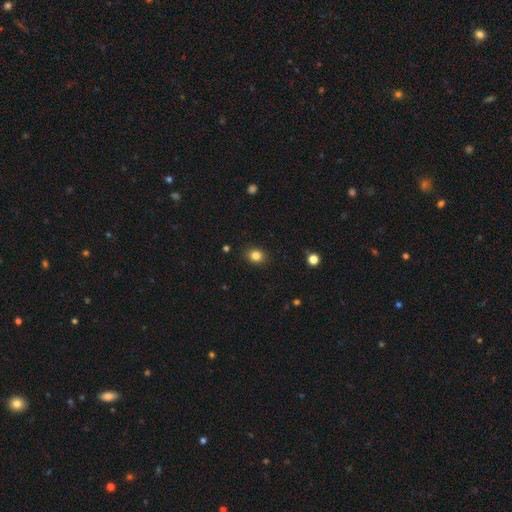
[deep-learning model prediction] smooth-or-featured: smooth: 84% | star or artifact: 11% | featured or disk: 5%
  how-rounded: round: 57% | in between: 42% | cigar-shaped: 1%
  merging: none: 89% | minor disturbance: 8% | major disturbance: 2% | merger: 1%